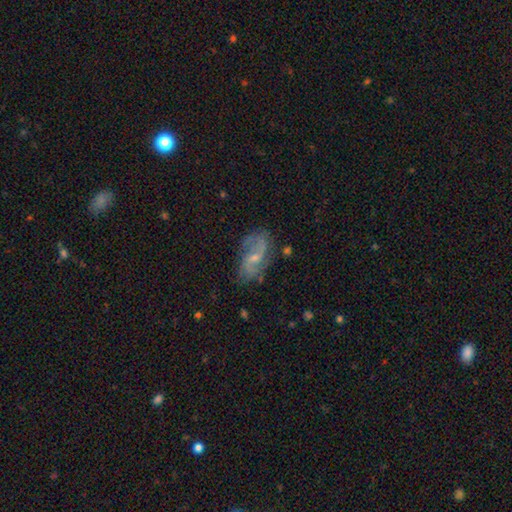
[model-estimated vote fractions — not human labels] Smooth or featured?
  - featured or disk: 76% *
  - smooth: 16%
  - star or artifact: 8%
Edge-on disk?
  - no: 96% *
  - yes: 4%
Bar?
  - weak: 49% *
  - no: 39%
  - strong: 12%
Spiral arms?
  - yes: 91% *
  - no: 9%
Spiral winding?
  - loose: 43% *
  - medium: 42%
  - tight: 16%
Spiral arm count?
  - 2: 81% *
  - can't tell: 10%
  - 1: 4%
  - 3: 3%
  - 4: 1%
  - more than 4: 1%
Bulge size?
  - small: 60% *
  - moderate: 31%
  - none: 6%
  - large: 1%
  - dominant: 1%
Merging?
  - none: 69% *
  - minor disturbance: 20%
  - major disturbance: 9%
  - merger: 2%